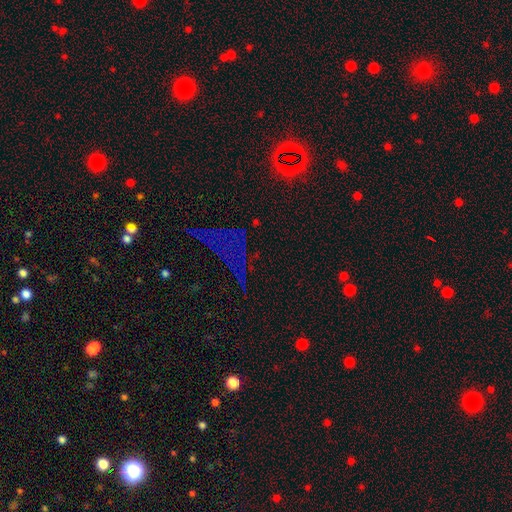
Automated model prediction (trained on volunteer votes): Smooth or featured?
  - star or artifact: 73% *
  - smooth: 16%
  - featured or disk: 11%